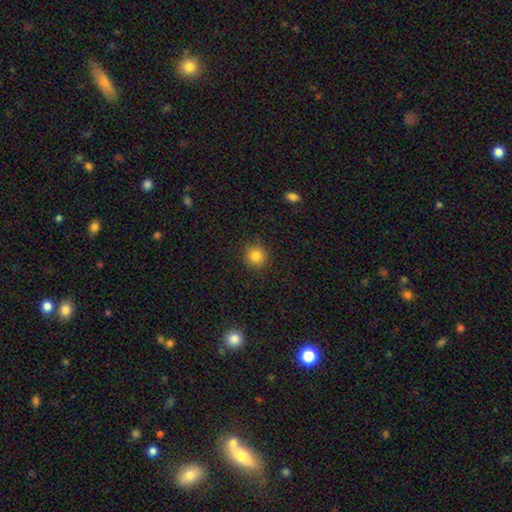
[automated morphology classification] type=smooth (84%); roundness=round (90%); merging=none (89%).